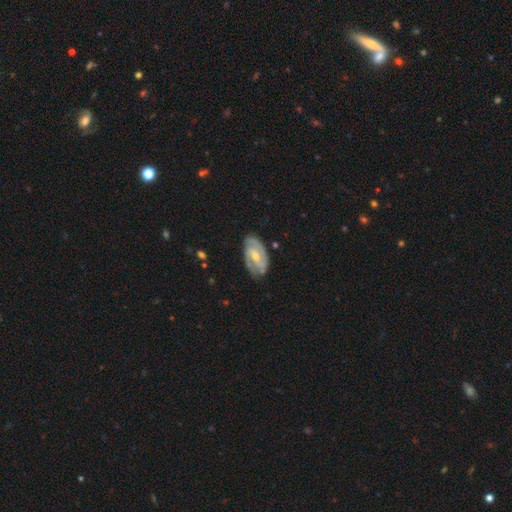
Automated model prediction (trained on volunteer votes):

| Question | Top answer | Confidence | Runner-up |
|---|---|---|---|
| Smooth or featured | featured or disk | 84% | smooth (12%) |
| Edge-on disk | no | 96% | yes (4%) |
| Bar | weak | 47% | no (31%) |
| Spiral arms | yes | 95% | no (5%) |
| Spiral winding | medium | 44% | tight (43%) |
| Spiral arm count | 2 | 68% | 3 (15%) |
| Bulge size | small | 53% | moderate (43%) |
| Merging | none | 76% | minor disturbance (18%) |